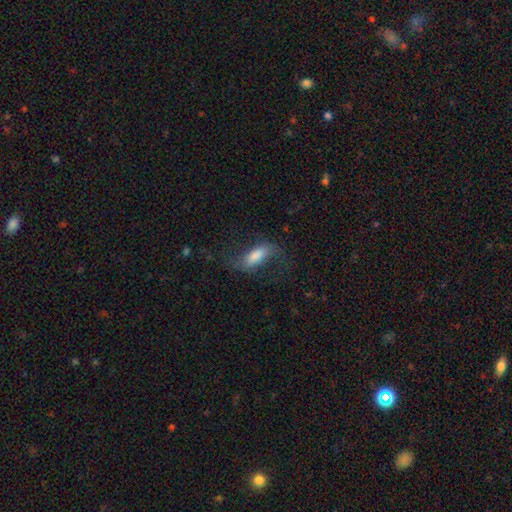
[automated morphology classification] The model was most divided on "smooth or featured": featured or disk: 47%, smooth: 44%, star or artifact: 9%. More confident: merging — none (61%).